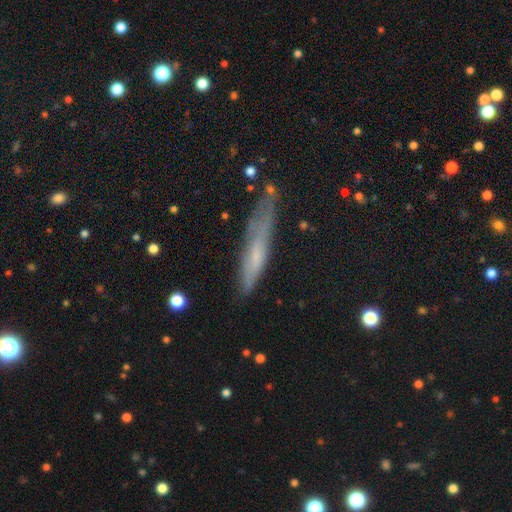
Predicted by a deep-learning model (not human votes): Q: Smooth or featured?
A: smooth (50%); runner-up: featured or disk (40%)
Q: Merging?
A: none (62%); runner-up: minor disturbance (26%)